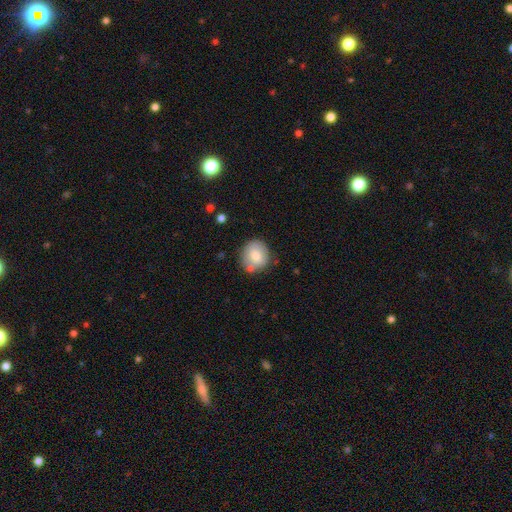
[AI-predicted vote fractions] Smooth or featured? smooth (76%)
How rounded? round (82%)
Merging? none (75%)